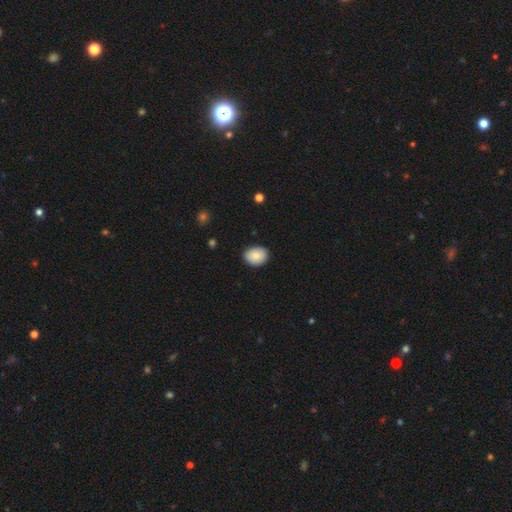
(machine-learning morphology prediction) A smooth galaxy with no disk features (86%) that is in between round and cigar-shaped (58%).

Vote fractions:
- Smooth or featured? smooth: 86% / star or artifact: 7% / featured or disk: 7%
- How rounded? in between: 58% / round: 41% / cigar-shaped: 1%
- Merging? none: 88% / minor disturbance: 10% / major disturbance: 2% / merger: 1%